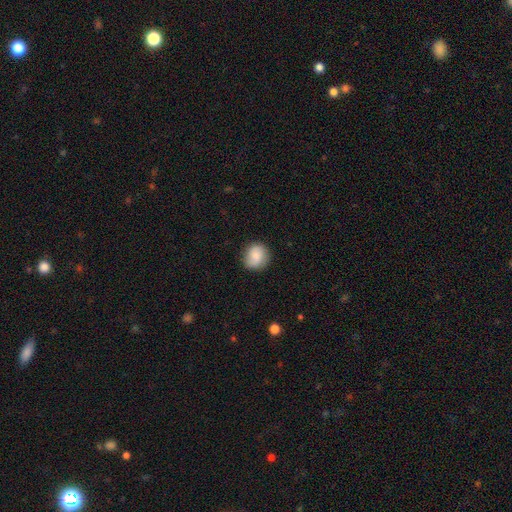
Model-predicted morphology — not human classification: Overall: smooth (81%). How rounded: round (85%). Merging: none (82%).